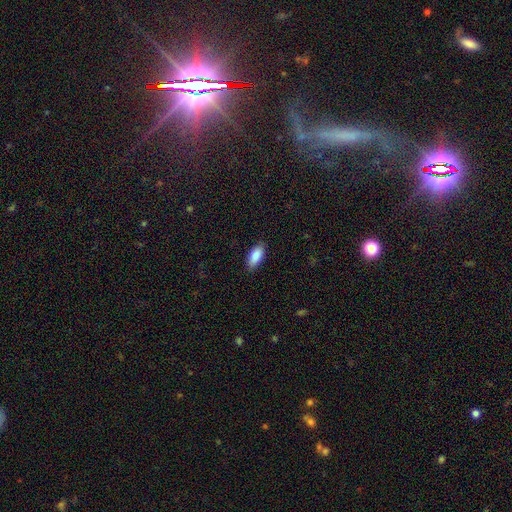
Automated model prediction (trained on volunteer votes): smooth-or-featured: smooth: 88% | featured or disk: 6% | star or artifact: 6%
  how-rounded: in between: 86% | cigar-shaped: 12% | round: 2%
  merging: none: 87% | minor disturbance: 10% | major disturbance: 2% | merger: 1%